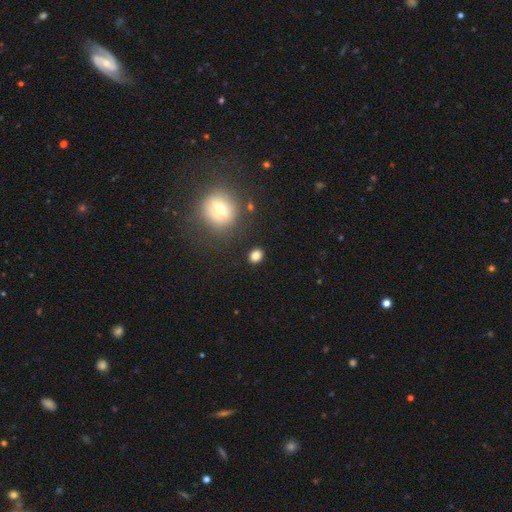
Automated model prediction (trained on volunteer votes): A smooth galaxy with no disk features (82%) that is in between round and cigar-shaped (59%). Merging: none (85%).